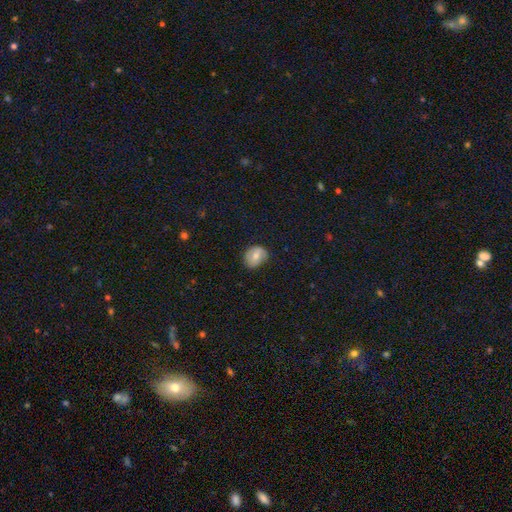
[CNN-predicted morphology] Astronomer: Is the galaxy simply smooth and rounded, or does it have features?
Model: smooth — 67%.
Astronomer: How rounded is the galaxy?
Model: round — 59% (runner-up: in between, 40%).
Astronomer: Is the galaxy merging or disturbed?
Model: none — 70%.